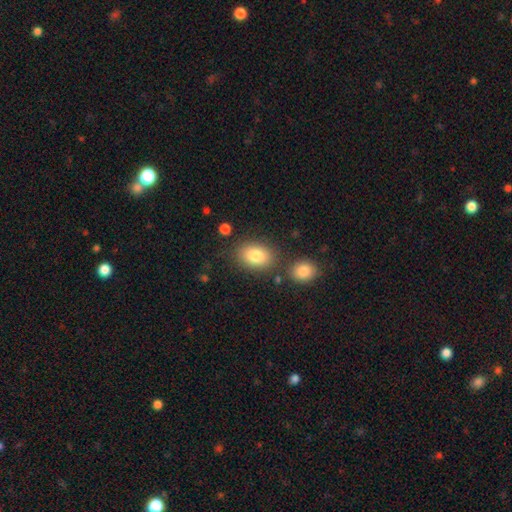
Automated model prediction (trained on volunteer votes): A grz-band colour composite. It shows a smooth galaxy with no disk features (82%) that is in between round and cigar-shaped (76%). Merging: none (75%).